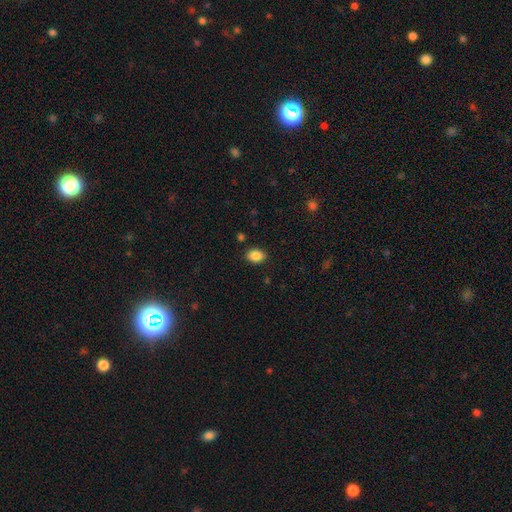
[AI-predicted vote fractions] smooth_or_featured: smooth (p=0.87) [alt: star or artifact p=0.09]
how_rounded: in between (p=0.79) [alt: round p=0.20]
merging: none (p=0.88) [alt: minor disturbance p=0.08]